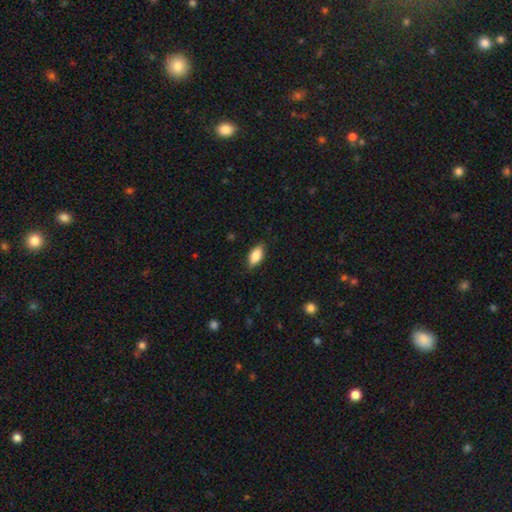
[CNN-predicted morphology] Smooth or featured?
  - smooth: 83% *
  - featured or disk: 10%
  - star or artifact: 7%
How rounded?
  - in between: 89% *
  - cigar-shaped: 8%
  - round: 3%
Merging?
  - none: 84% *
  - minor disturbance: 13%
  - major disturbance: 2%
  - merger: 1%